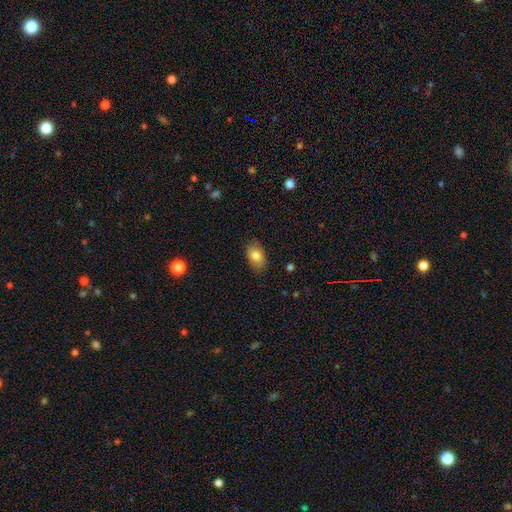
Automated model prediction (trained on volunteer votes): Smooth or featured? Predicted: smooth (p=0.82). How rounded? Predicted: in between (p=0.87). Merging? Predicted: none (p=0.84).